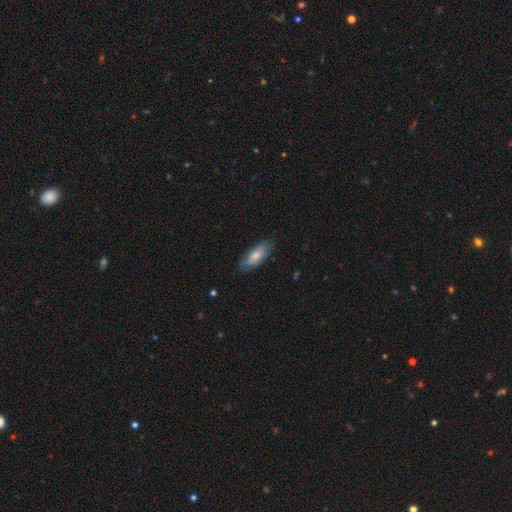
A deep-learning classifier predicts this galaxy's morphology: smooth 74%, featured or disk 20%, star or artifact 6%. Down the decision tree: how rounded — in between (78%); merging — none (78%).